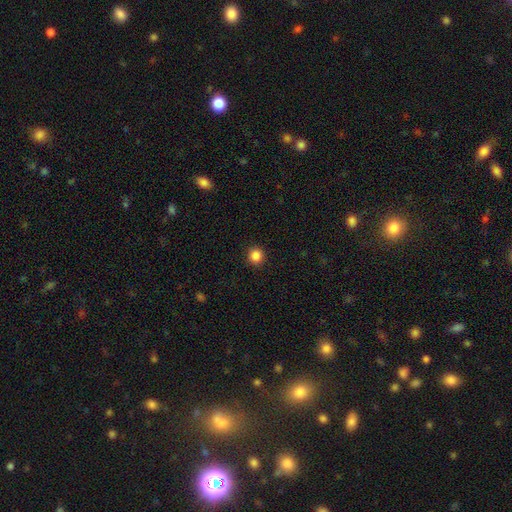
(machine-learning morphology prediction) Q: Smooth or featured?
A: smooth (86%); runner-up: star or artifact (11%)
Q: How rounded?
A: round (93%); runner-up: in between (6%)
Q: Merging?
A: none (92%); runner-up: minor disturbance (5%)